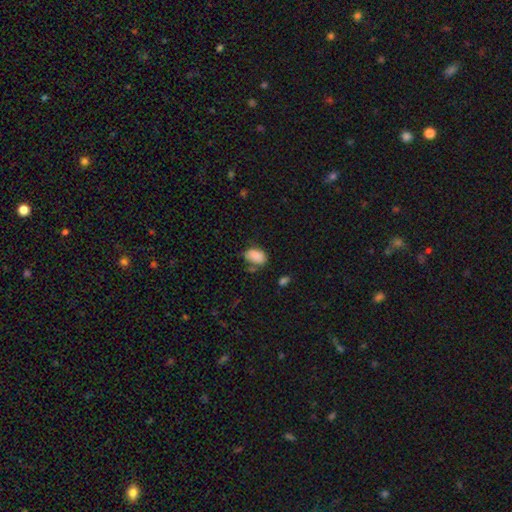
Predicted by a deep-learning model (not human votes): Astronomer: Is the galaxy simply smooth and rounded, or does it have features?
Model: smooth — 84%.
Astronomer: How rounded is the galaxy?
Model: in between — 88%.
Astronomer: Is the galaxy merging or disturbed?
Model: none — 53% (runner-up: minor disturbance, 30%).